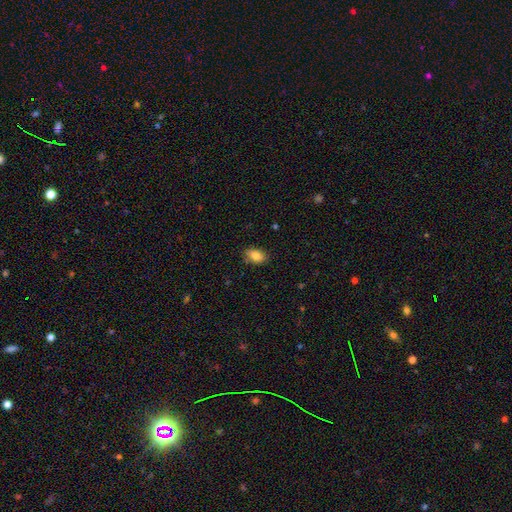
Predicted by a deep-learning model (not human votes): This appears to be a smooth galaxy with no disk features (84%) that is in between round and cigar-shaped (89%). Merging: none (83%).